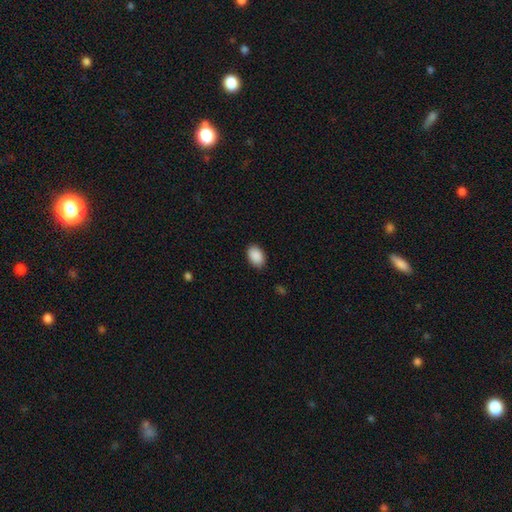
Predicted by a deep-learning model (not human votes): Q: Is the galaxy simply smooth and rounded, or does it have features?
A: smooth — 91%.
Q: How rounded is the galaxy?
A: in between — 88%.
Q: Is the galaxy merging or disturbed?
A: none — 86%.